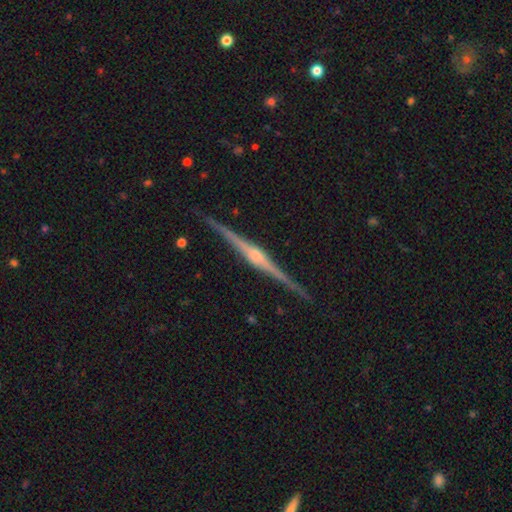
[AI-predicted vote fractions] smooth-or-featured: featured or disk: 90% | smooth: 5% | star or artifact: 5%
  disk-edge-on: yes: 99% | no: 1%
    edge-on-bulge: rounded: 81% | boxy: 12% | none: 7%
  merging: none: 91% | minor disturbance: 6% | major disturbance: 1% | merger: 1%